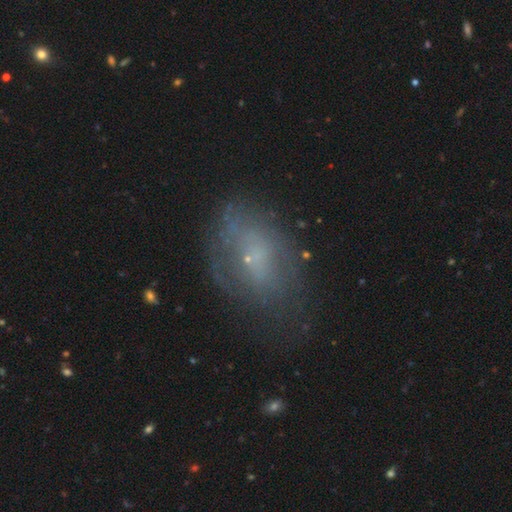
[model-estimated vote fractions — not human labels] Morphology: type=featured or disk (46%); merging=none (54%).